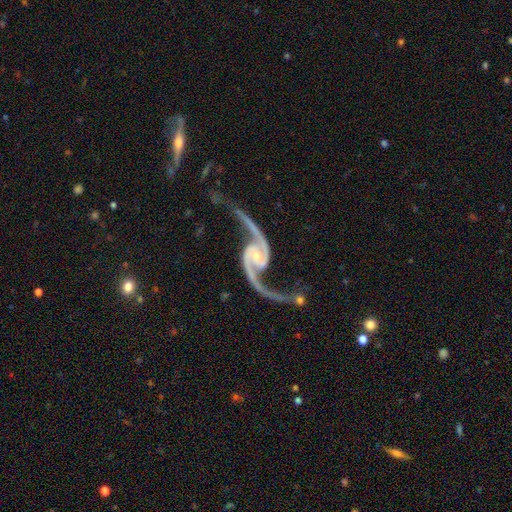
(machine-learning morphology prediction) A featured or disk galaxy (94%) with no bar (59%), 2 (95%) loose (63%) spiral arms (99%) and a small central bulge (73%).

Vote fractions:
- Smooth or featured? featured or disk: 94% / star or artifact: 4% / smooth: 2%
- Edge-on disk? no: 97% / yes: 3%
- Bar? no: 59% / weak: 28% / strong: 13%
- Spiral arms? yes: 99% / no: 1%
- Spiral winding? loose: 63% / medium: 29% / tight: 8%
- Spiral arm count? 2: 95% / 1: 1% / can't tell: 1% / 3: 1% / 4: 1% / more than 4: 1%
- Bulge size? small: 73% / moderate: 19% / none: 5% / large: 2% / dominant: 1%
- Merging? none: 60% / minor disturbance: 18% / major disturbance: 16% / merger: 7%